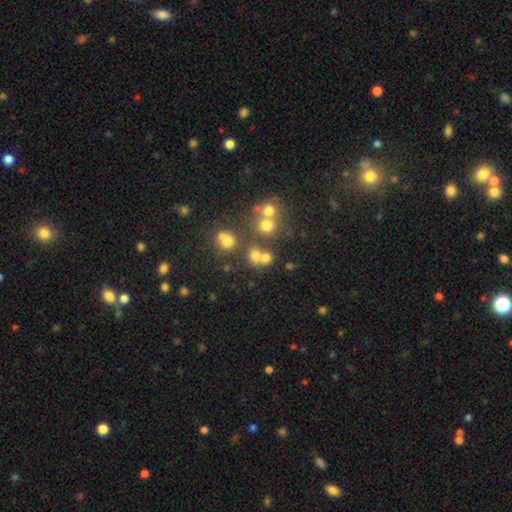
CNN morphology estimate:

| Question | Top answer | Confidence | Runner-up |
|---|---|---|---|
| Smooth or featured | smooth | 67% | star or artifact (20%) |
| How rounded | round | 79% | in between (19%) |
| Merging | none | 55% | merger (31%) |